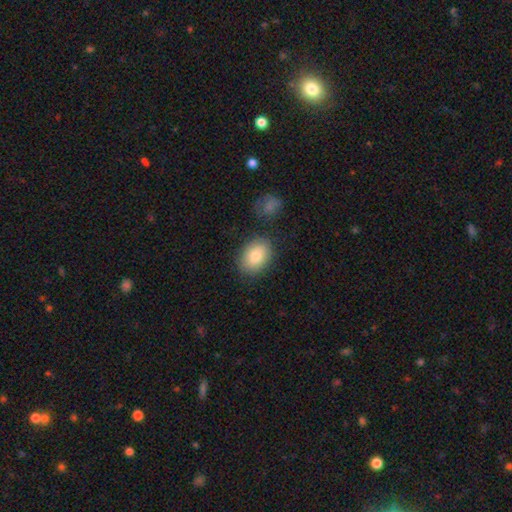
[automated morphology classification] A smooth galaxy with no disk features (84%) that is in between round and cigar-shaped (76%). Merging: none (80%).